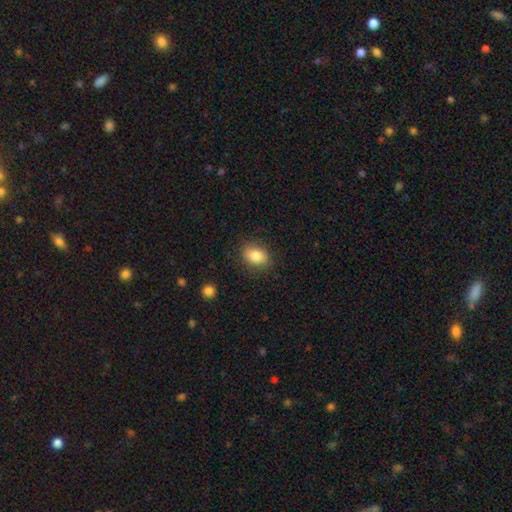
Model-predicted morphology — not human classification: A smooth galaxy with no disk features (84%) that is in between round and cigar-shaped (72%). Merging: none (84%).